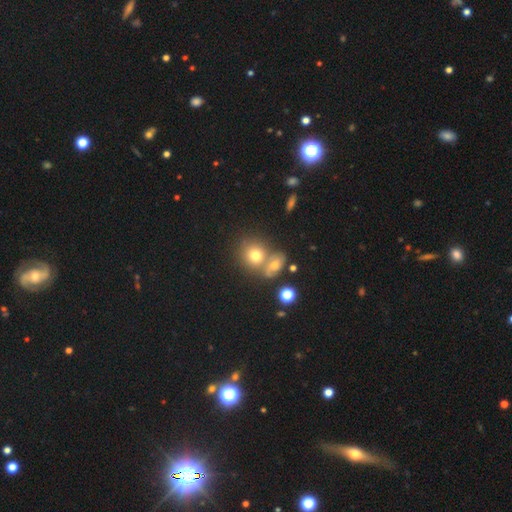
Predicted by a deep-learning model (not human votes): smooth_or_featured: smooth (p=0.71) [alt: featured or disk p=0.16]
how_rounded: round (p=0.76) [alt: in between p=0.23]
merging: none (p=0.49) [alt: merger p=0.37]